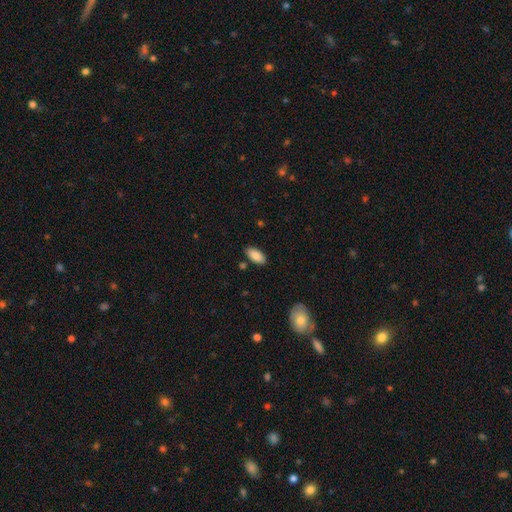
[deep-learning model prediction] Overall: smooth (87%). How rounded: in between (92%). Merging: none (85%).